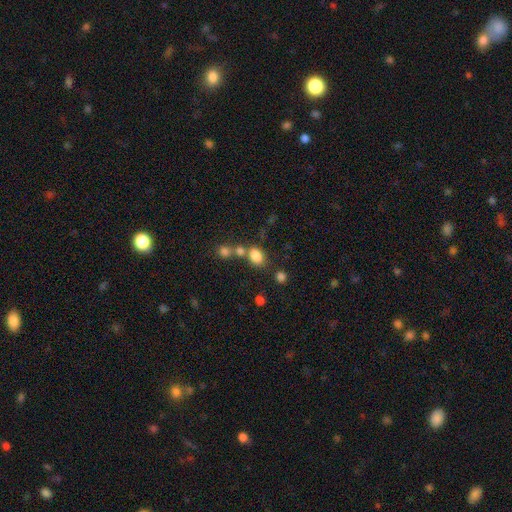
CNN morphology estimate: smooth_or_featured: smooth (p=0.80) [alt: star or artifact p=0.12]
how_rounded: in between (p=0.73) [alt: round p=0.26]
merging: none (p=0.50) [alt: merger p=0.32]